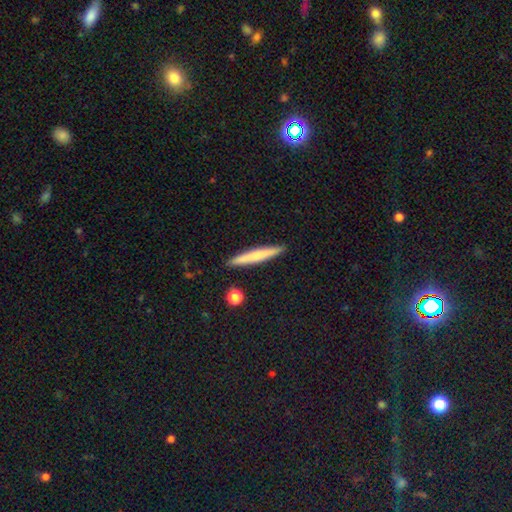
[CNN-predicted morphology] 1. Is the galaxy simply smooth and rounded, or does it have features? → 63% smooth, 30% featured or disk, 7% star or artifact.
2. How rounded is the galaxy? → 95% cigar-shaped, 3% in between, 1% round.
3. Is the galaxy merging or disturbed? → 91% none, 6% minor disturbance, 2% merger, 1% major disturbance.